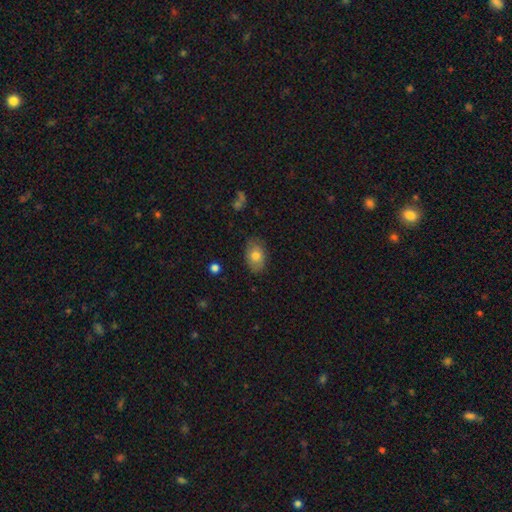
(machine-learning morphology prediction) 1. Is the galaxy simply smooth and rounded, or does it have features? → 76% smooth, 16% featured or disk, 8% star or artifact.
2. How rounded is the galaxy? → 85% in between, 14% round, 1% cigar-shaped.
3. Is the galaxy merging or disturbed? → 81% none, 14% minor disturbance, 3% major disturbance, 1% merger.